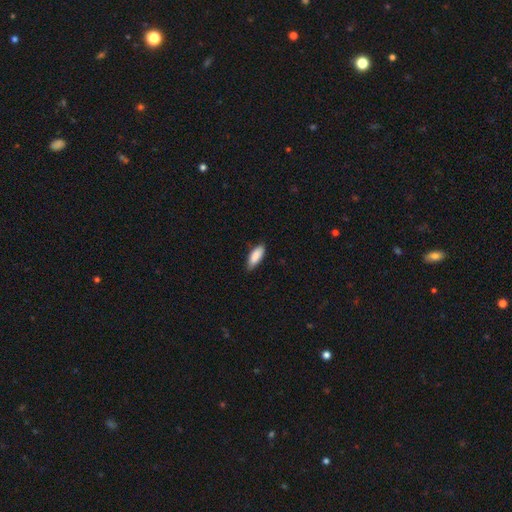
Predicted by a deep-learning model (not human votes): Smooth or featured? Predicted: smooth (p=0.89). How rounded? Predicted: in between (p=0.74). Merging? Predicted: none (p=0.79).